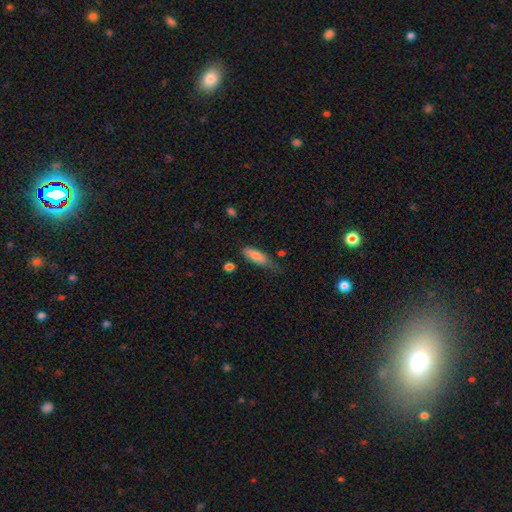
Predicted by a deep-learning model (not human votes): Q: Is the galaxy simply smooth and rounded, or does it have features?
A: smooth — 82%.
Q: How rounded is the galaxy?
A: in between — 60%.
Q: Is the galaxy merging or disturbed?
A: none — 52%.